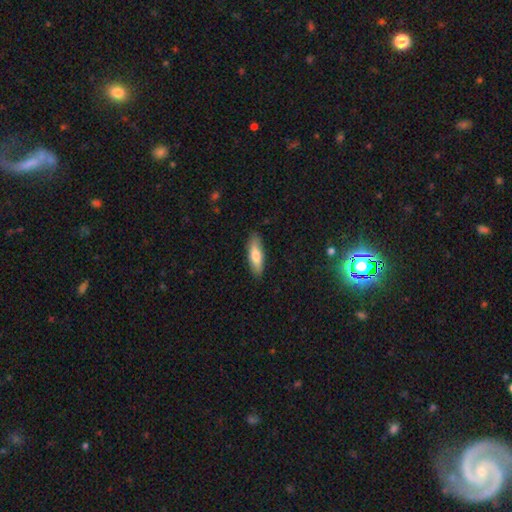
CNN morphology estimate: This appears to be a smooth galaxy with no disk features (73%) that is in between round and cigar-shaped (50%). Merging: none (87%).